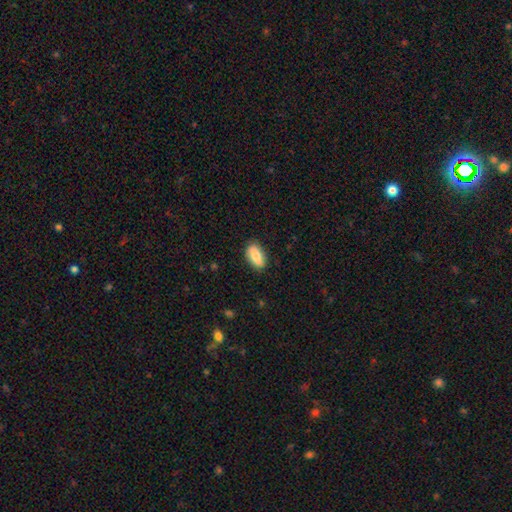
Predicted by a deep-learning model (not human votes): A smooth galaxy with no disk features (82%) that is in between round and cigar-shaped (89%). Merging: none (85%).